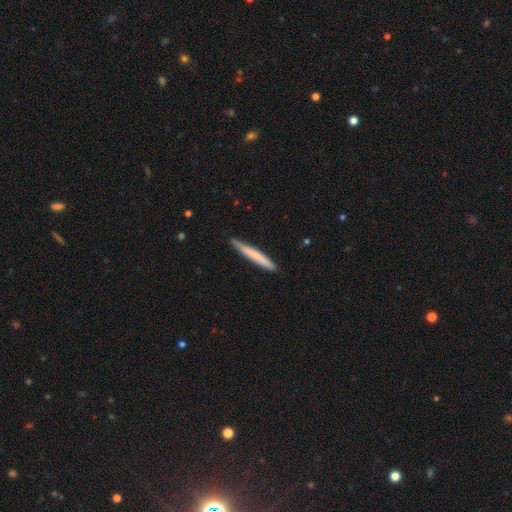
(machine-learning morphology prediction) smooth_or_featured: smooth (p=0.69) [alt: featured or disk p=0.26]
how_rounded: cigar-shaped (p=0.96) [alt: in between p=0.03]
merging: none (p=0.83) [alt: minor disturbance p=0.14]